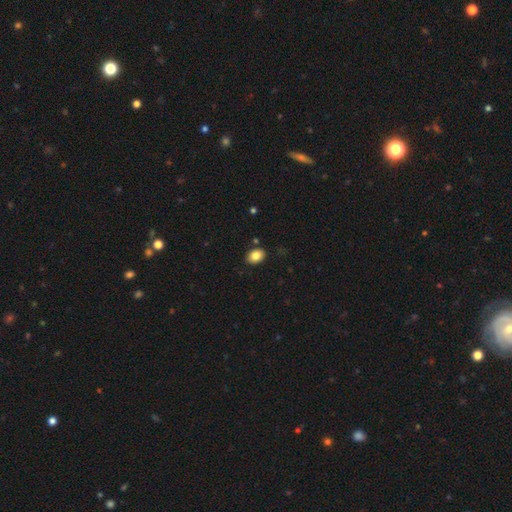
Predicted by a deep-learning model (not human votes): Smooth or featured?
  - smooth: 85% *
  - star or artifact: 8%
  - featured or disk: 7%
How rounded?
  - in between: 78% *
  - round: 21%
  - cigar-shaped: 1%
Merging?
  - none: 86% *
  - minor disturbance: 9%
  - merger: 3%
  - major disturbance: 2%